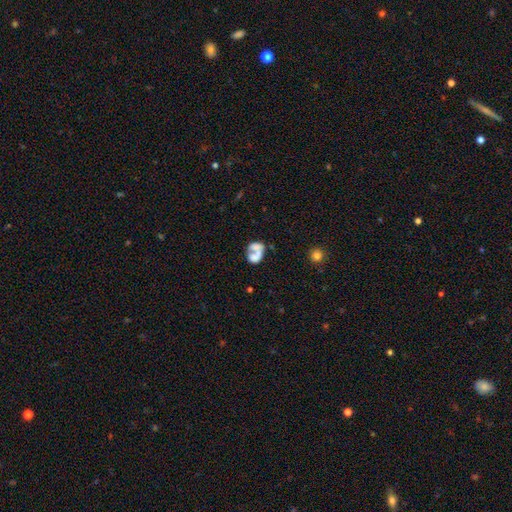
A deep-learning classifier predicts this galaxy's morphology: A smooth galaxy with no disk features (51%) that is in between round and cigar-shaped (66%).

Vote fractions:
- Smooth or featured? smooth: 51% / featured or disk: 38% / star or artifact: 11%
- How rounded? in between: 66% / round: 32% / cigar-shaped: 2%
- Merging? merger: 51% / none: 23% / major disturbance: 15% / minor disturbance: 11%